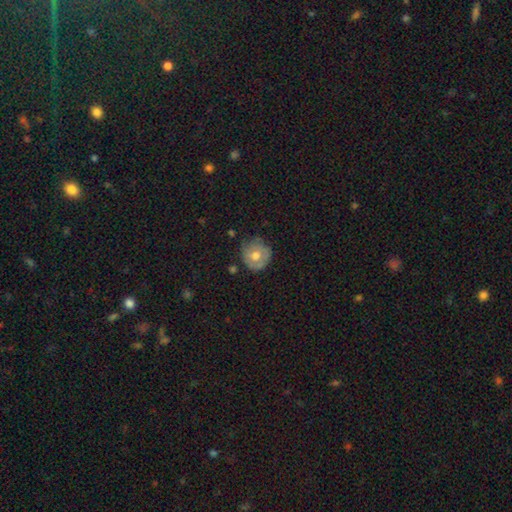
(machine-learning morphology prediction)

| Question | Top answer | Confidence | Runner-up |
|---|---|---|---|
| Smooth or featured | smooth | 59% | featured or disk (33%) |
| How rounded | round | 90% | in between (9%) |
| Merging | none | 69% | minor disturbance (23%) |